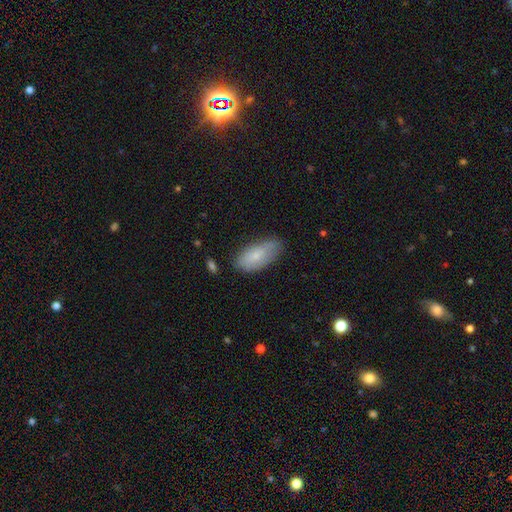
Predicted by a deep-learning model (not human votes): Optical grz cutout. It shows a smooth galaxy with no disk features (76%) that is in between round and cigar-shaped (88%). Merging: none (67%).